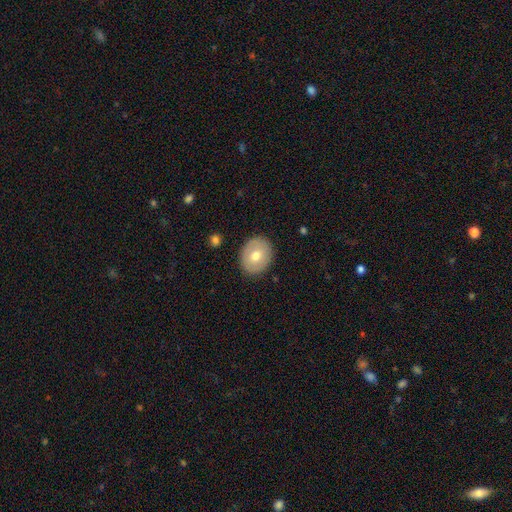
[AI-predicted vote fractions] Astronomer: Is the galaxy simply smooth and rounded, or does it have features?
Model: smooth — 68%.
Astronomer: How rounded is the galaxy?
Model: round — 58% (runner-up: in between, 41%).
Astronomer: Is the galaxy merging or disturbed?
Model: none — 88%.